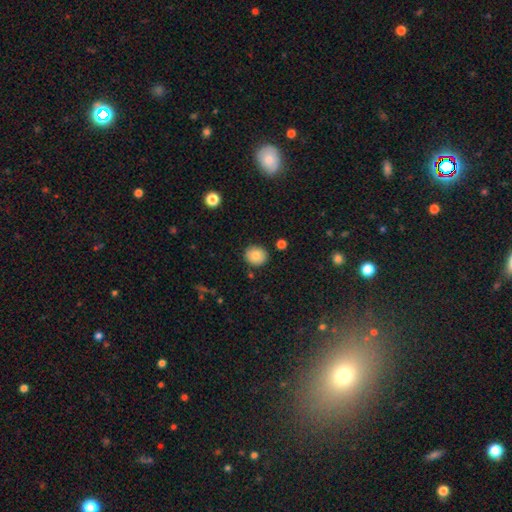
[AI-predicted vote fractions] This appears to be a smooth galaxy with no disk features (81%) that is round (76%). Merging: none (87%).